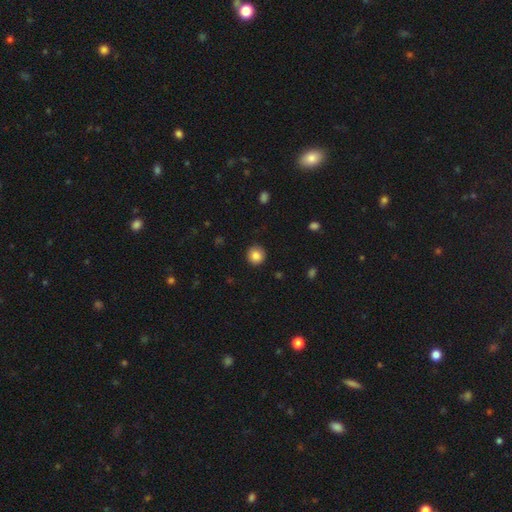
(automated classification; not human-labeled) A smooth galaxy with no disk features (86%) that is round (94%). Merging: none (91%).